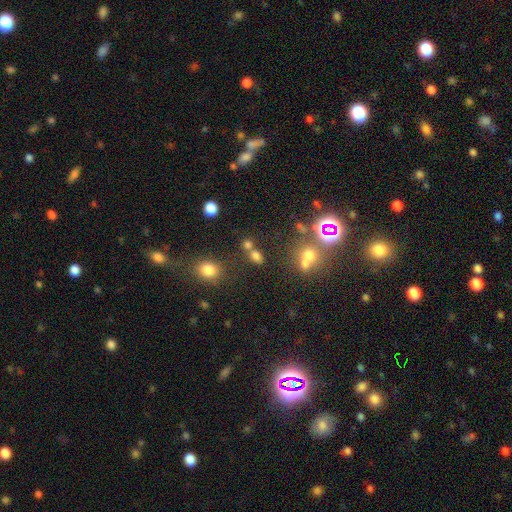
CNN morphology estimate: This is likely a smooth galaxy (69%). How rounded: likely in between (69%). Merging: possibly none (51%).